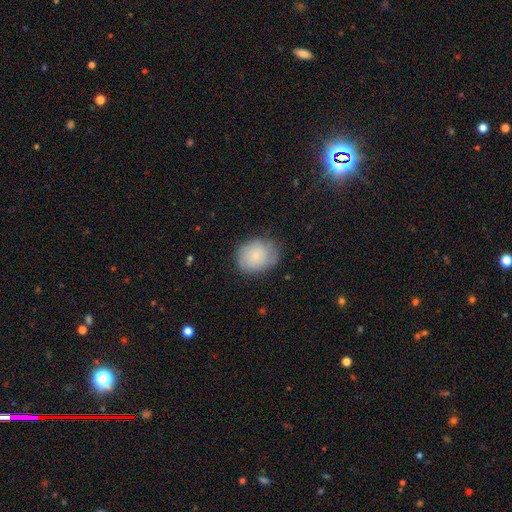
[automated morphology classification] smooth 72%, featured or disk 20%, star or artifact 7%. Down the decision tree: how rounded — in between (52%); merging — none (71%).